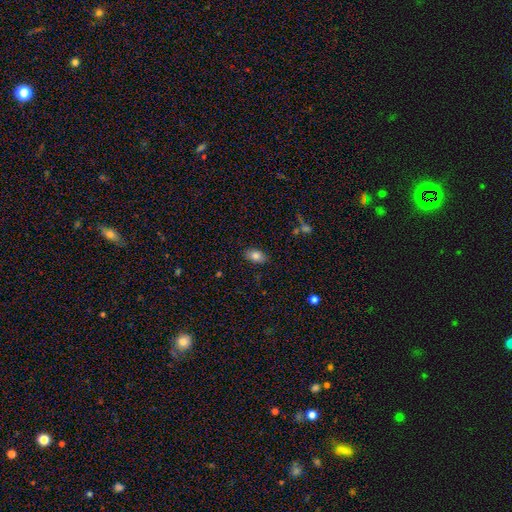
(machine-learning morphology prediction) type=smooth (83%); roundness=in between (90%); merging=none (86%).